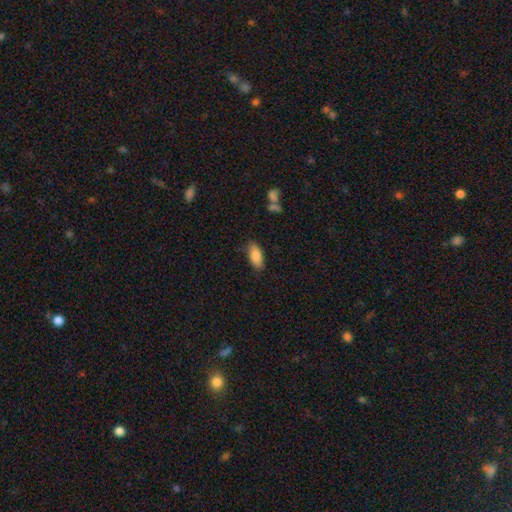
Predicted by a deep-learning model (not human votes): Smooth or featured?
  - smooth: 86% *
  - featured or disk: 7%
  - star or artifact: 7%
How rounded?
  - in between: 87% *
  - cigar-shaped: 11%
  - round: 2%
Merging?
  - none: 81% *
  - minor disturbance: 14%
  - major disturbance: 3%
  - merger: 2%